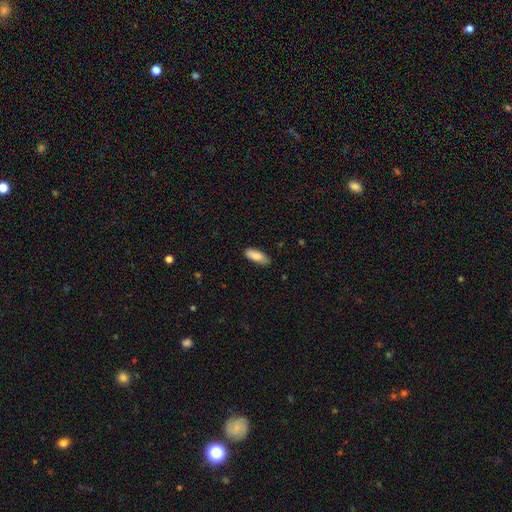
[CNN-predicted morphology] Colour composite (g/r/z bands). It shows a smooth galaxy with no disk features (85%) that is in between round and cigar-shaped (70%). Merging: none (78%).